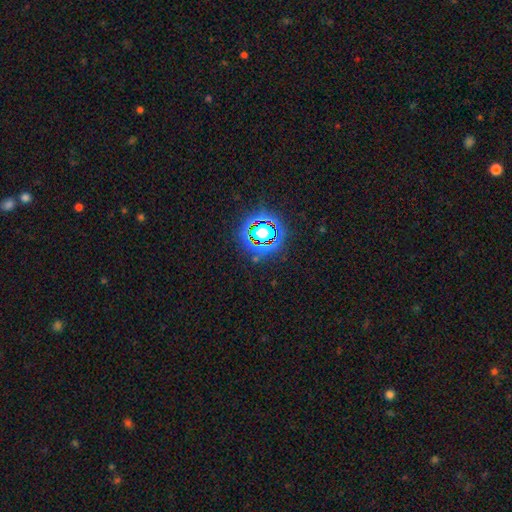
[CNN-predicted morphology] This appears to be a star or artifact, not a galaxy (79%).